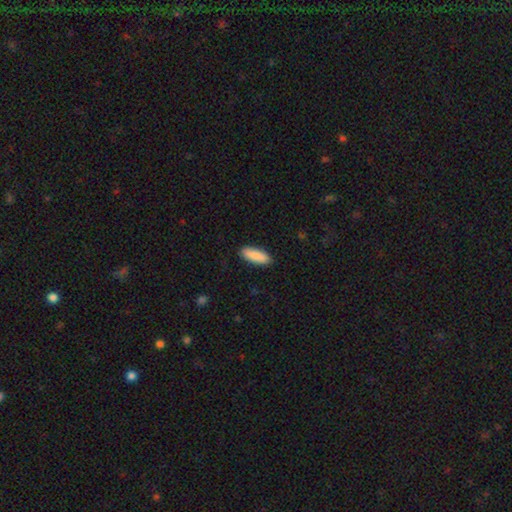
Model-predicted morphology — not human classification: A smooth galaxy with no disk features (89%) that is in between round and cigar-shaped (67%). Merging: none (89%).